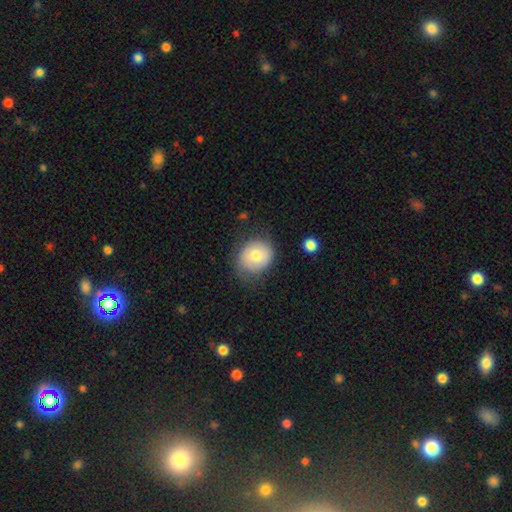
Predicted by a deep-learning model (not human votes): Overall: smooth (74%). How rounded: round (67%; in between 32%). Merging: none (70%).